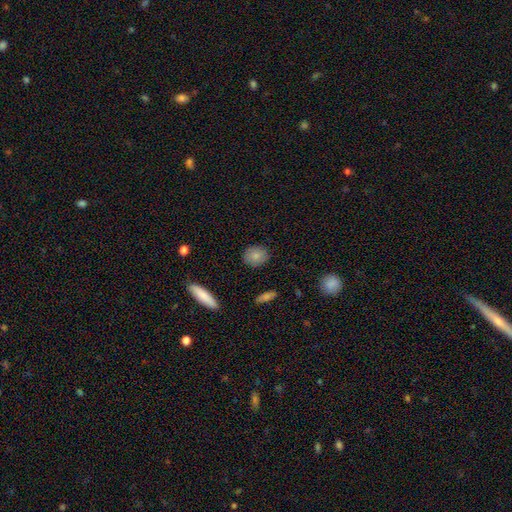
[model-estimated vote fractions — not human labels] smooth-or-featured: smooth: 82% | featured or disk: 10% | star or artifact: 8%
  how-rounded: round: 54% | in between: 44% | cigar-shaped: 2%
  merging: none: 86% | minor disturbance: 10% | major disturbance: 2% | merger: 1%